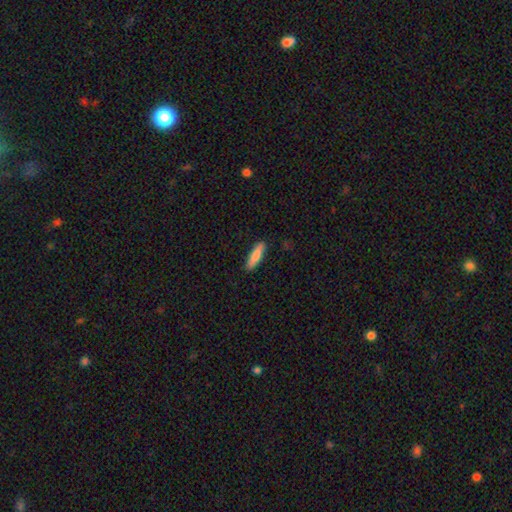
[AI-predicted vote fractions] Smooth or featured: smooth — 81% (featured or disk — 14%)
How rounded: cigar-shaped — 73% (in between — 25%)
Merging: none — 89% (minor disturbance — 8%)